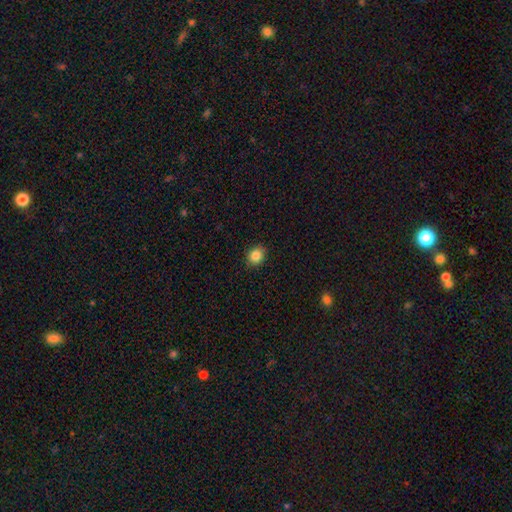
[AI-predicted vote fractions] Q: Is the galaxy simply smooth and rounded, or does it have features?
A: smooth — 85%.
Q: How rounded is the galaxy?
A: round — 73%.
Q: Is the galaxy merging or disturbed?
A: none — 91%.